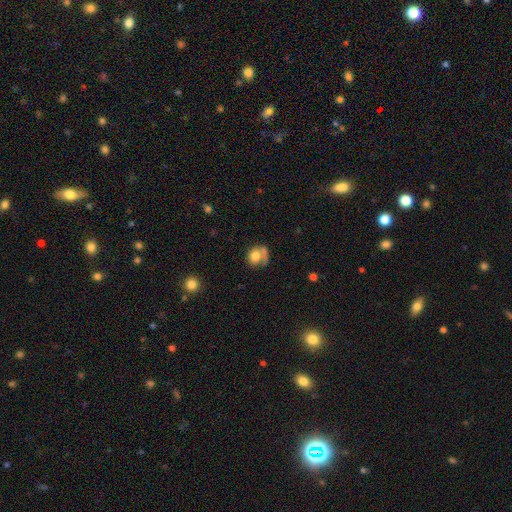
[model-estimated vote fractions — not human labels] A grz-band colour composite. It shows a smooth galaxy with no disk features (62%) that is round (67%). Merging: none (43%).